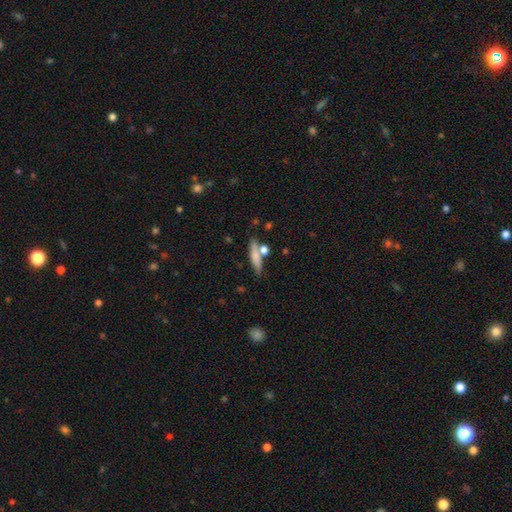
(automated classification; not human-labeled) Smooth or featured: smooth — 70% (featured or disk — 23%)
How rounded: cigar-shaped — 77% (in between — 19%)
Merging: none — 65% (merger — 17%)